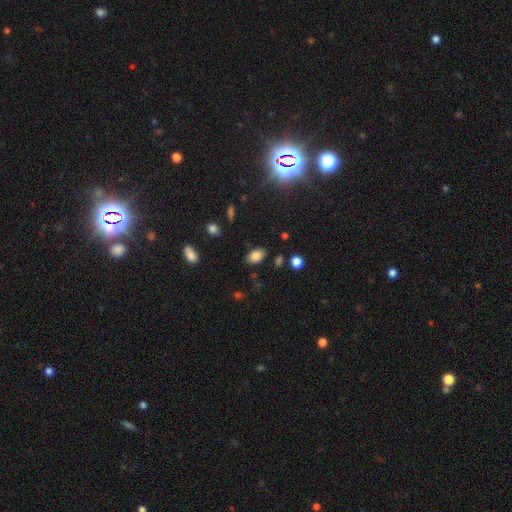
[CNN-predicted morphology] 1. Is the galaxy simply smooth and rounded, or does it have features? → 83% smooth, 9% star or artifact, 7% featured or disk.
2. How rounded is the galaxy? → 88% in between, 10% round, 1% cigar-shaped.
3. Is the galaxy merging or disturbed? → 82% none, 12% minor disturbance, 3% major disturbance, 2% merger.